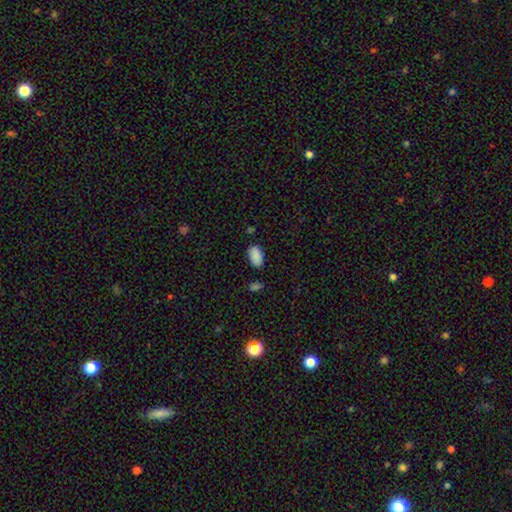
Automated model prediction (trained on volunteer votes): Morphology: type=smooth (88%); roundness=in between (94%); merging=none (79%).